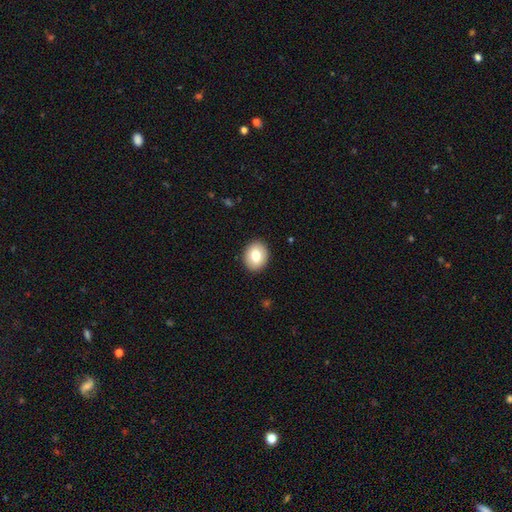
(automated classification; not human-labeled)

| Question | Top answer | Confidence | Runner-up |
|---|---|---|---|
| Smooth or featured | smooth | 78% | featured or disk (14%) |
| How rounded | in between | 50% | tied: round (50%) |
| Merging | none | 91% | minor disturbance (6%) |